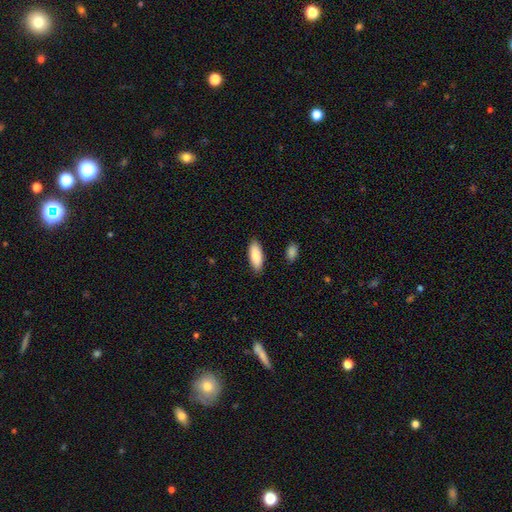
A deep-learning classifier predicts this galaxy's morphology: smooth 86%, featured or disk 8%, star or artifact 6%. Down the decision tree: how rounded — in between (73%); merging — none (87%).